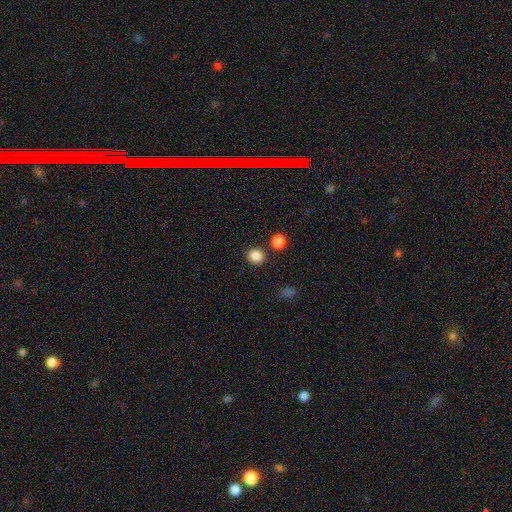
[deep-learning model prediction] smooth_or_featured: smooth (p=0.86) [alt: star or artifact p=0.11]
how_rounded: round (p=0.80) [alt: in between p=0.19]
merging: none (p=0.83) [alt: minor disturbance p=0.08]